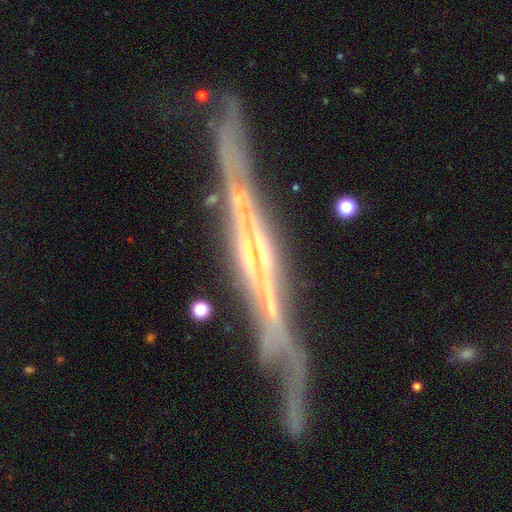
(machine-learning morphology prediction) smooth-or-featured: featured or disk: 86% | smooth: 8% | star or artifact: 6%
  disk-edge-on: yes: 89% | no: 11%
    edge-on-bulge: rounded: 43% | none: 35% | boxy: 21%
  merging: none: 63% | minor disturbance: 21% | major disturbance: 11% | merger: 5%